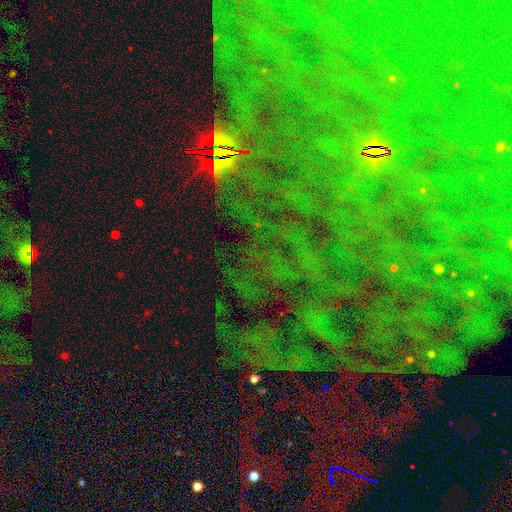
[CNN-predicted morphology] A star or artifact, not a galaxy (82%).

Vote fractions:
- Smooth or featured? star or artifact: 82% / featured or disk: 9% / smooth: 8%